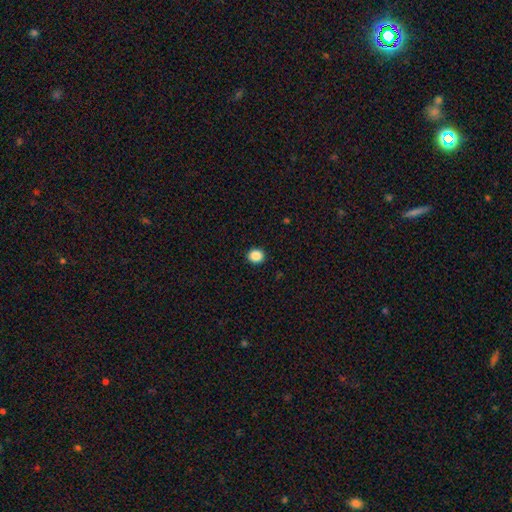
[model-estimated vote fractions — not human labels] Smooth or featured: smooth — 88% (star or artifact — 10%)
How rounded: round — 87% (in between — 12%)
Merging: none — 93% (minor disturbance — 5%)